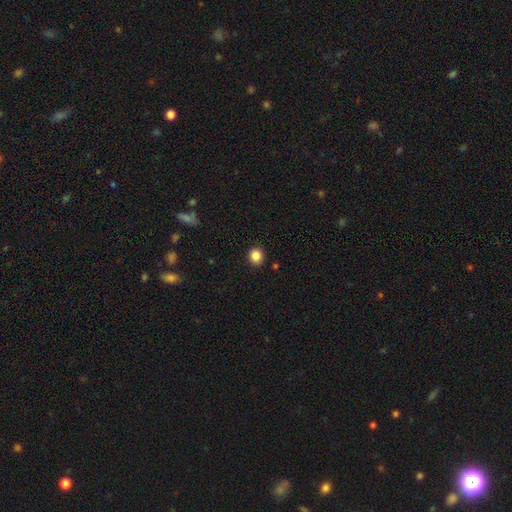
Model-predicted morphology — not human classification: This appears to be a smooth galaxy with no disk features (86%) that is round (85%). Merging: none (91%).